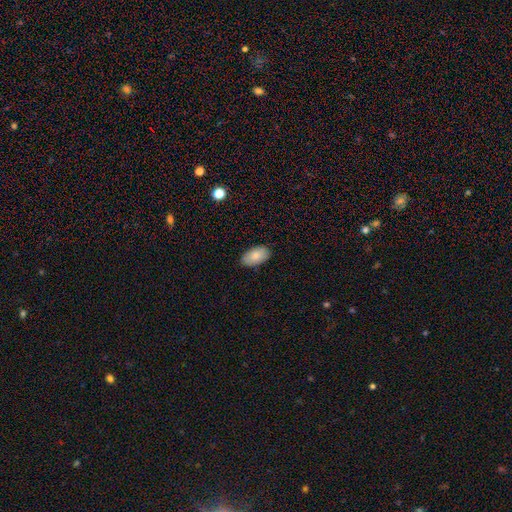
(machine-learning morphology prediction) Smooth or featured?
  - smooth: 84% *
  - featured or disk: 9%
  - star or artifact: 7%
How rounded?
  - in between: 95% *
  - round: 3%
  - cigar-shaped: 2%
Merging?
  - none: 87% *
  - minor disturbance: 10%
  - major disturbance: 2%
  - merger: 1%